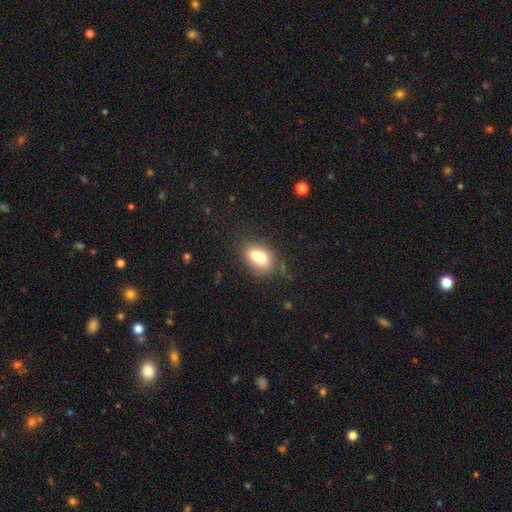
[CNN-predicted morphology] Smooth or featured?
  - smooth: 68% *
  - featured or disk: 22%
  - star or artifact: 10%
How rounded?
  - in between: 68% *
  - round: 30%
  - cigar-shaped: 2%
Merging?
  - merger: 49% *
  - none: 36%
  - minor disturbance: 11%
  - major disturbance: 4%